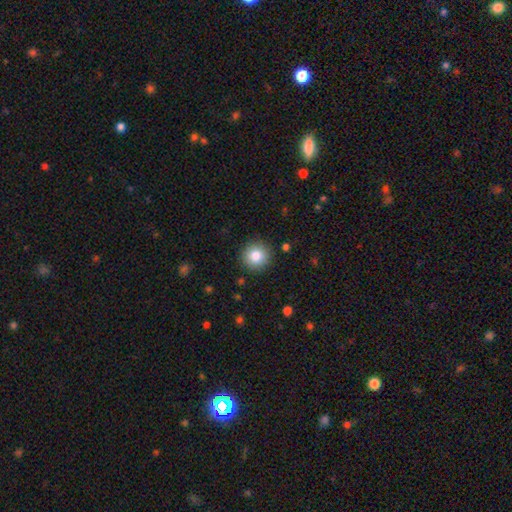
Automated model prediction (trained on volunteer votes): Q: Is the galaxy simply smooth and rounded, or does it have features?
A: smooth — 83%.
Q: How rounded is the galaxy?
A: round — 95%.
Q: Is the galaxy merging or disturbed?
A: none — 90%.